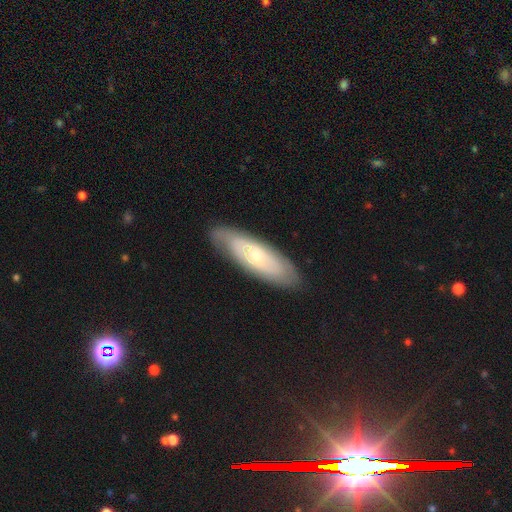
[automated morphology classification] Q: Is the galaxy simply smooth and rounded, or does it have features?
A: featured or disk — 58%.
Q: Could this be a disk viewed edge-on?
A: no — 75%.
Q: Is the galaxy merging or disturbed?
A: none — 82%.